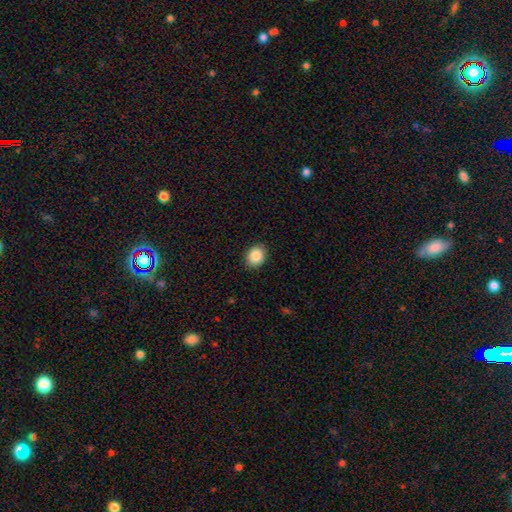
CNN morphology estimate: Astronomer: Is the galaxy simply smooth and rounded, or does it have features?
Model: smooth — 87%.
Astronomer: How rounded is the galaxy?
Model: round — 56% (runner-up: in between, 43%).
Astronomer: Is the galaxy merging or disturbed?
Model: none — 89%.